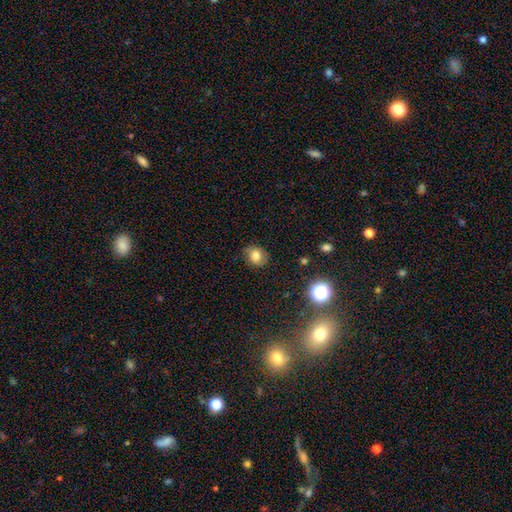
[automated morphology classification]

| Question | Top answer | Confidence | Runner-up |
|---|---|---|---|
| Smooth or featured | smooth | 77% | star or artifact (13%) |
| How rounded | round | 65% | in between (34%) |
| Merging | none | 80% | minor disturbance (15%) |